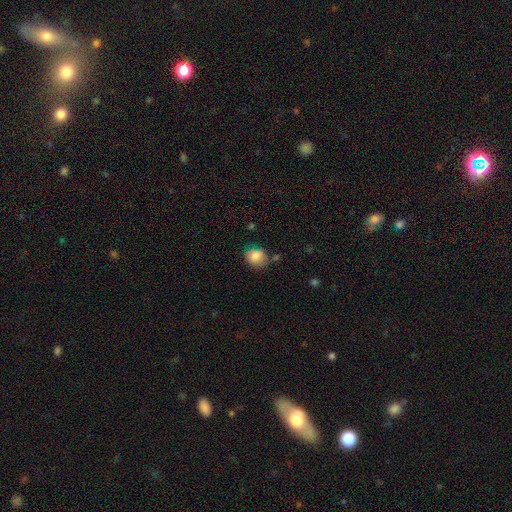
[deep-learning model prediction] smooth 83%, star or artifact 9%, featured or disk 8%. Down the decision tree: how rounded — round (63%); merging — none (66%).